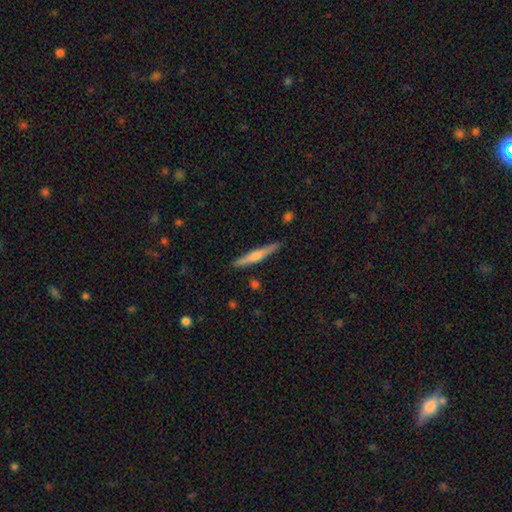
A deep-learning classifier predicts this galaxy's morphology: Q: Smooth or featured?
A: featured or disk (62%); runner-up: smooth (32%)
Q: Edge-on disk?
A: yes (97%); runner-up: no (3%)
Q: Edge-on bulge?
A: rounded (82%); runner-up: none (12%)
Q: Merging?
A: none (90%); runner-up: minor disturbance (7%)